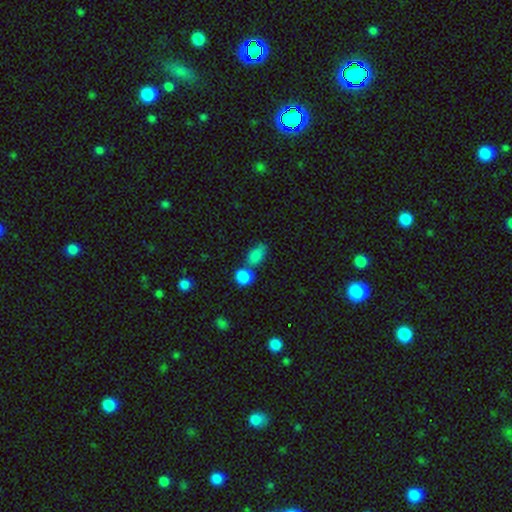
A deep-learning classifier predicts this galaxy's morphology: A smooth galaxy with no disk features (83%) that is in between round and cigar-shaped (77%). Merging: none (47%).